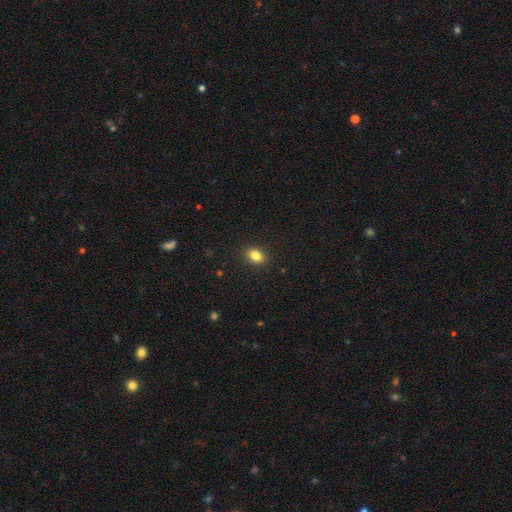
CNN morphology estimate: Smooth or featured?
  - smooth: 83% *
  - star or artifact: 10%
  - featured or disk: 7%
How rounded?
  - in between: 74% *
  - round: 24%
  - cigar-shaped: 2%
Merging?
  - none: 89% *
  - minor disturbance: 8%
  - major disturbance: 2%
  - merger: 1%